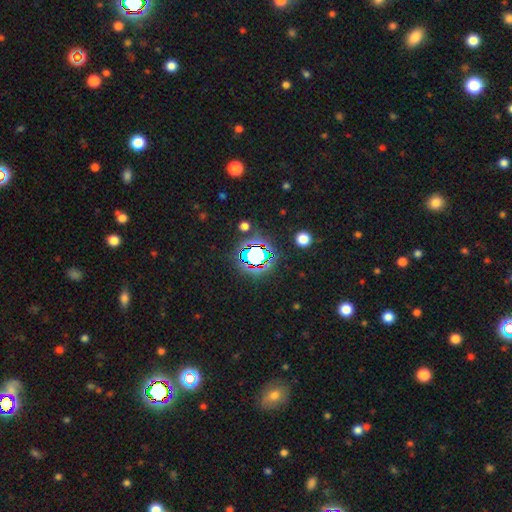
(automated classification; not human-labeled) Smooth or featured? Predicted: star or artifact (p=0.68).